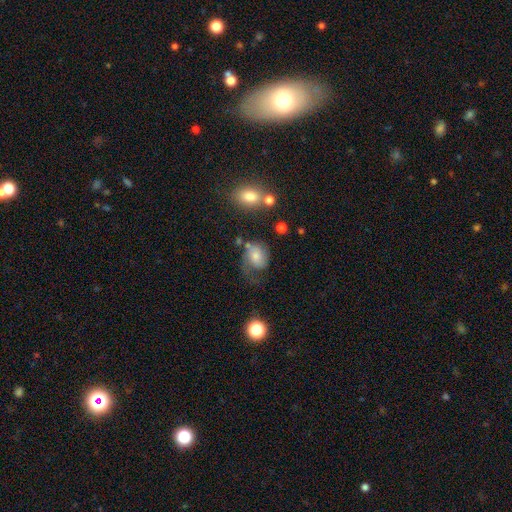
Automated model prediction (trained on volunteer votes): This appears to be a smooth galaxy with no disk features (56%) that is in between round and cigar-shaped (51%). Merging: none (35%).